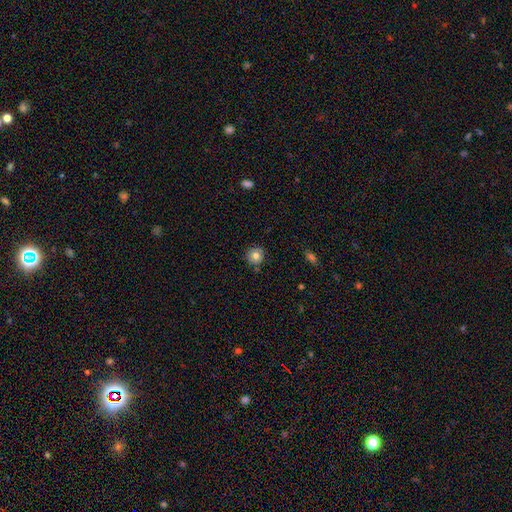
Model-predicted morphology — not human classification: A smooth galaxy with no disk features (79%) that is round (93%). Merging: none (88%).